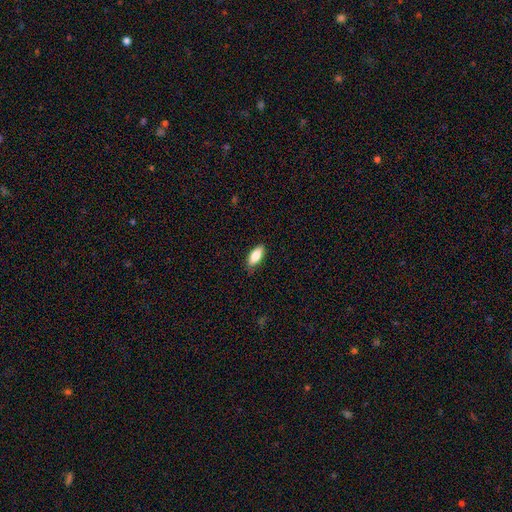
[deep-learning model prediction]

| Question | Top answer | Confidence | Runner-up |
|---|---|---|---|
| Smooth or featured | smooth | 84% | featured or disk (10%) |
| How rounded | in between | 82% | cigar-shaped (16%) |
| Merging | none | 84% | minor disturbance (13%) |